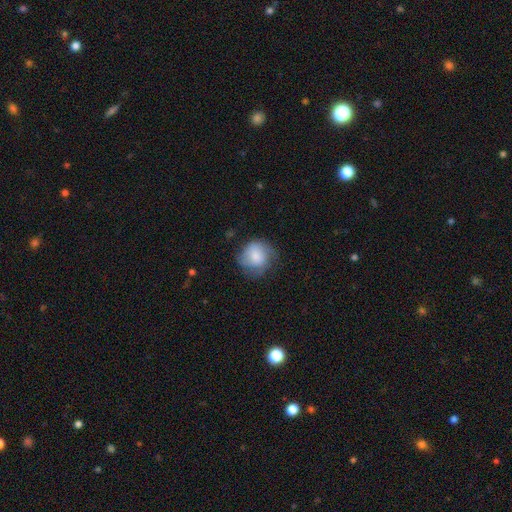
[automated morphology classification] smooth-or-featured: smooth: 65% | featured or disk: 27% | star or artifact: 8%
  how-rounded: round: 83% | in between: 16% | cigar-shaped: 1%
  merging: none: 59% | minor disturbance: 27% | major disturbance: 12% | merger: 1%